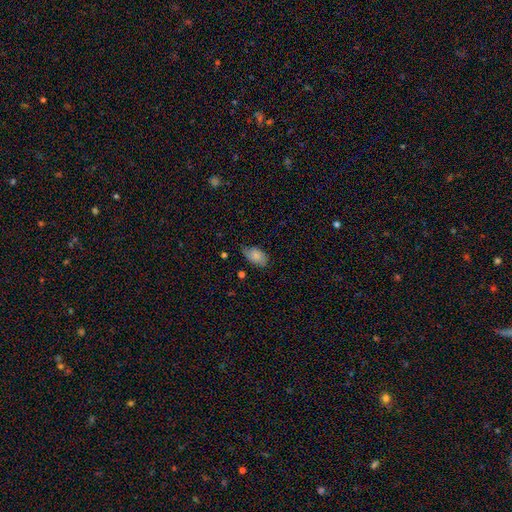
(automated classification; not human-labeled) The model was most divided on "merging": none: 57%, minor disturbance: 34%, major disturbance: 7%, merger: 2%. More confident: how rounded — in between (91%); smooth or featured — smooth (78%).